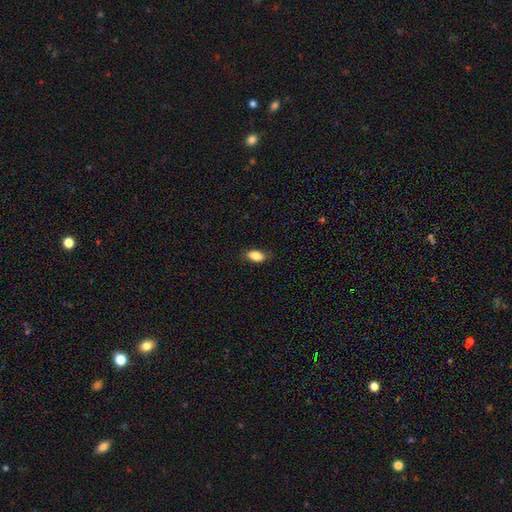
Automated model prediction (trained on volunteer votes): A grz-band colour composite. It shows a smooth galaxy with no disk features (84%) that is in between round and cigar-shaped (90%). Merging: none (82%).